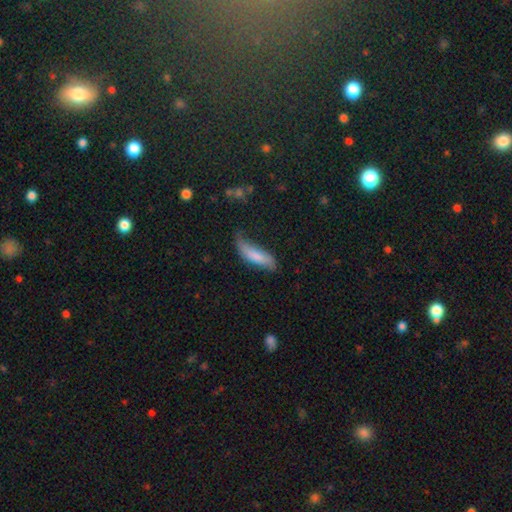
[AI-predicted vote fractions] smooth_or_featured: smooth (p=0.72) [alt: featured or disk p=0.22]
how_rounded: cigar-shaped (p=0.49) [tied with: in between p=0.49]
merging: minor disturbance (p=0.39) [alt: none p=0.36]